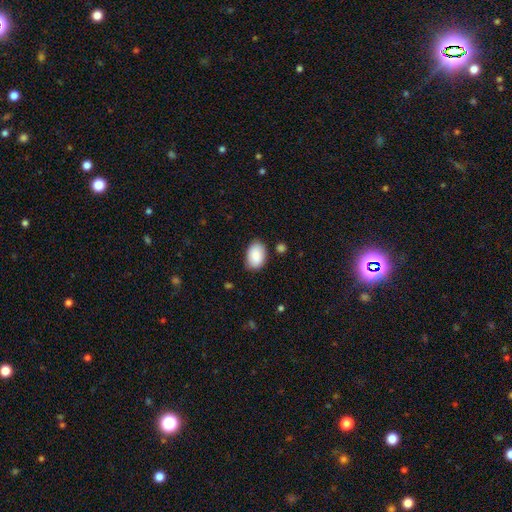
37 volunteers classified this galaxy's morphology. Volunteers were most divided on "merging": none: 74%, minor disturbance: 20%, major disturbance: 3%, merger: 3%. More confident: how rounded — in between (94%); smooth or featured — smooth (86%).